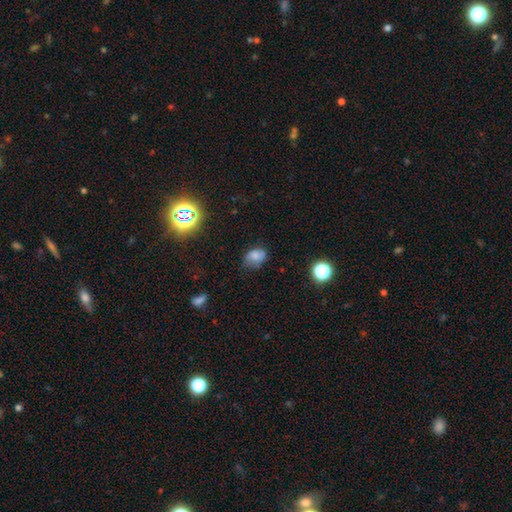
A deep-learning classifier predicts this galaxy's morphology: This is likely a smooth galaxy (71%). How rounded: likely in between (68%). Merging: possibly none (56%).